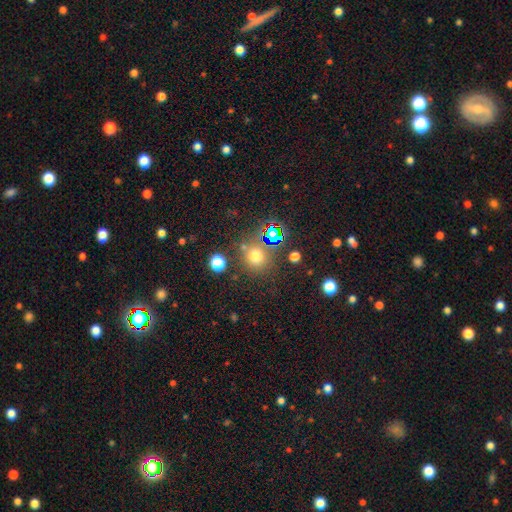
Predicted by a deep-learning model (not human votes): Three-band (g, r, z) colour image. It shows a smooth galaxy with no disk features (65%) that is round (88%). Merging: none (74%).